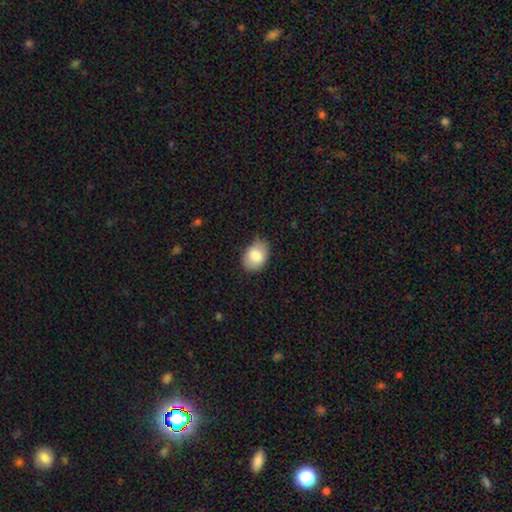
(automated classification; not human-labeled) smooth_or_featured: smooth (p=0.84) [alt: featured or disk p=0.09]
how_rounded: in between (p=0.77) [alt: round p=0.22]
merging: none (p=0.70) [alt: minor disturbance p=0.24]